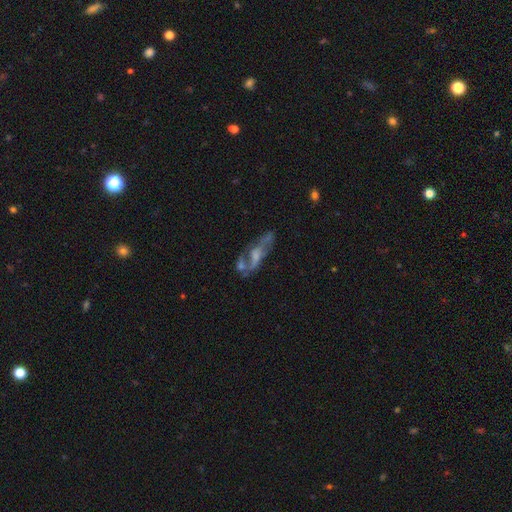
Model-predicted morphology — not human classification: Smooth or featured? Predicted: featured or disk (p=0.66). Edge-on disk? Predicted: no (p=0.84). Bar? Predicted: no (p=0.58). Spiral arms? Predicted: yes (p=0.56). Bulge size? Predicted: moderate (p=0.31, tied with none). Merging? Predicted: none (p=0.39).